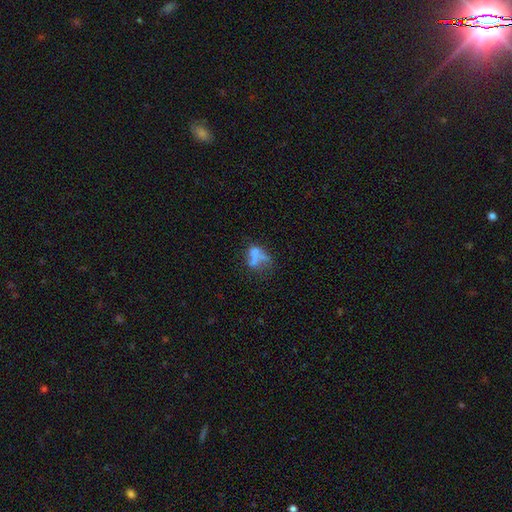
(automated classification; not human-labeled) Smooth or featured? smooth (45%)
Merging? none (30%)